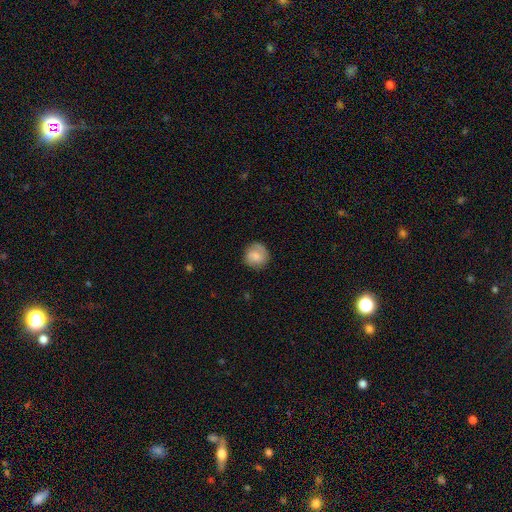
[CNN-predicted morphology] Smooth or featured: smooth — 70% (featured or disk — 23%)
How rounded: round — 89% (in between — 10%)
Merging: none — 81% (minor disturbance — 14%)